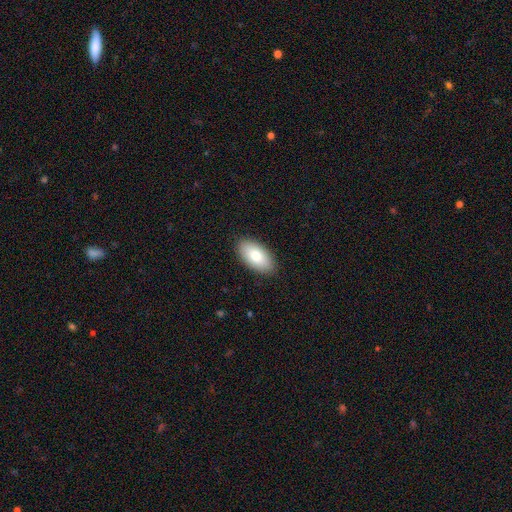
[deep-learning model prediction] Smooth or featured? Predicted: smooth (p=0.80). How rounded? Predicted: in between (p=0.95). Merging? Predicted: none (p=0.89).